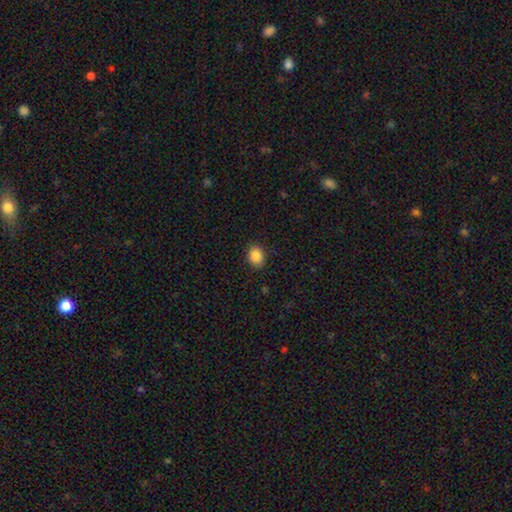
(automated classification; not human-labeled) Smooth or featured?
  - smooth: 88% *
  - star or artifact: 9%
  - featured or disk: 4%
How rounded?
  - in between: 57% *
  - round: 42%
  - cigar-shaped: 1%
Merging?
  - none: 86% *
  - minor disturbance: 10%
  - major disturbance: 2%
  - merger: 1%